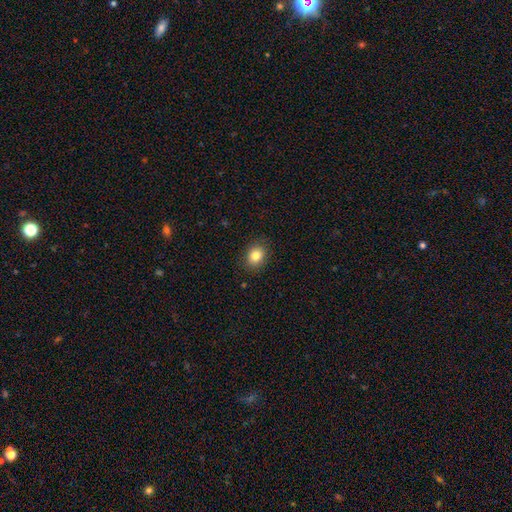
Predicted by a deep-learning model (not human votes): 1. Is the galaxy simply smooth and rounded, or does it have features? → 82% smooth, 10% star or artifact, 8% featured or disk.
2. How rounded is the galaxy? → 54% round, 45% in between, 1% cigar-shaped.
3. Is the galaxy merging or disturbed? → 88% none, 8% minor disturbance, 2% major disturbance, 1% merger.